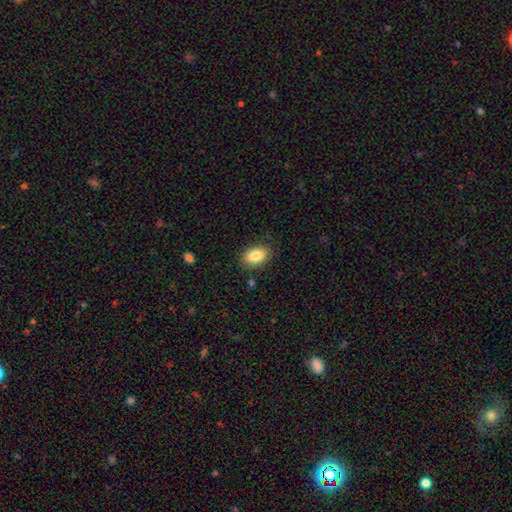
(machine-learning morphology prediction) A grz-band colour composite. It shows a smooth galaxy with no disk features (85%) that is in between round and cigar-shaped (89%). Merging: none (85%).